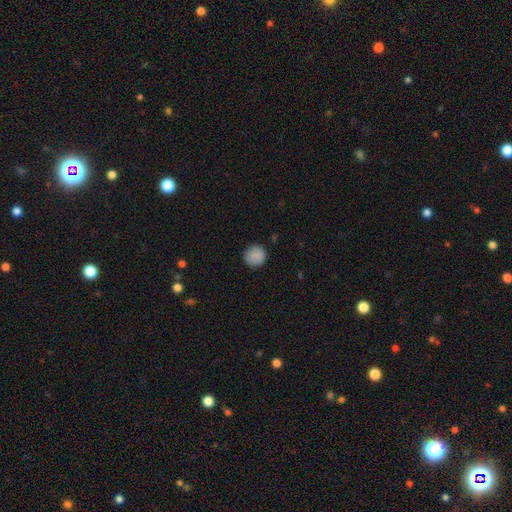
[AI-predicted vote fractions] Morphology: type=smooth (88%); roundness=round (92%); merging=none (88%).